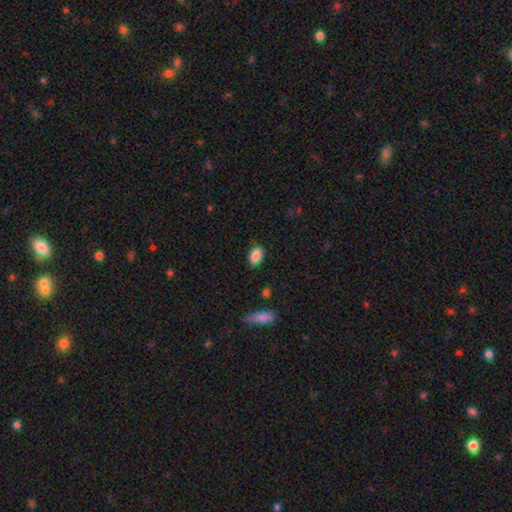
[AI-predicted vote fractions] A smooth galaxy with no disk features (87%) that is in between round and cigar-shaped (90%). Merging: none (78%).